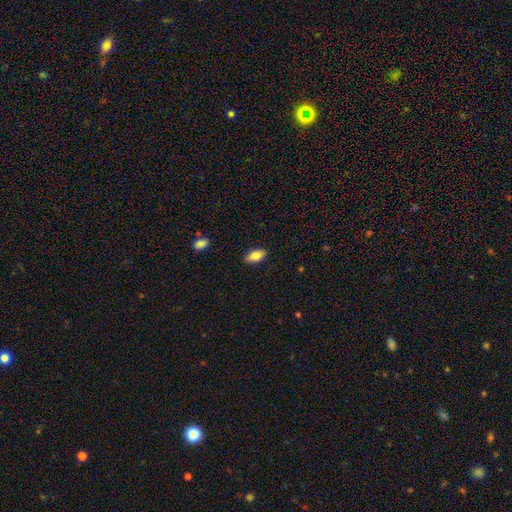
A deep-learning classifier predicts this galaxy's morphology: This appears to be a smooth galaxy with no disk features (80%) that is in between round and cigar-shaped (91%). Merging: none (88%).